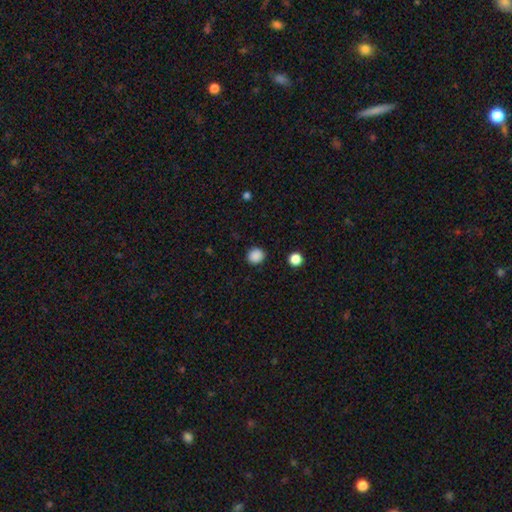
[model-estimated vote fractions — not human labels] smooth 87%, star or artifact 10%, featured or disk 2%. Down the decision tree: how rounded — round (83%); merging — none (90%).